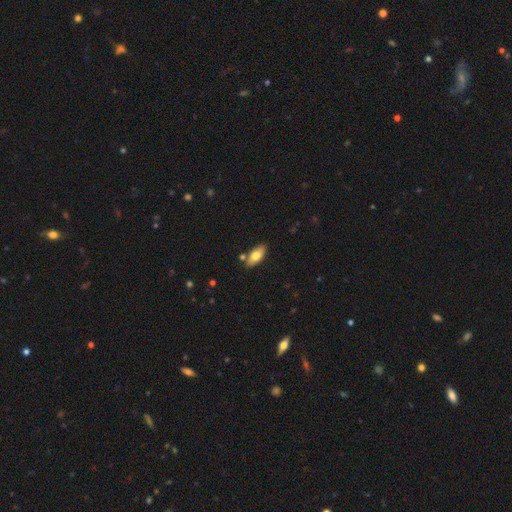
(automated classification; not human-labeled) Morphology: type=smooth (71%); roundness=in between (85%); merging=none (80%).